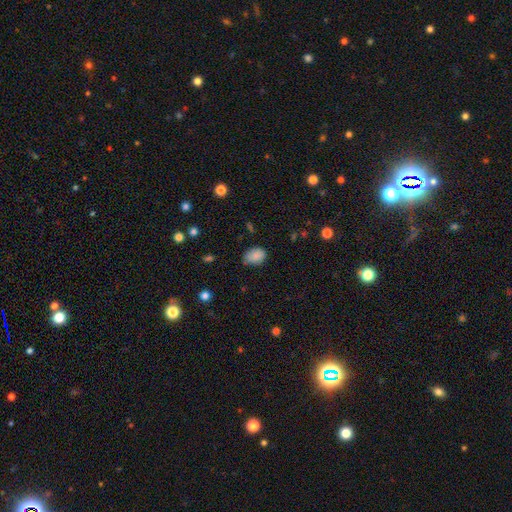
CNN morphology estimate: Smooth or featured: smooth — 86% (star or artifact — 9%)
How rounded: in between — 77% (round — 22%)
Merging: none — 68% (minor disturbance — 26%)